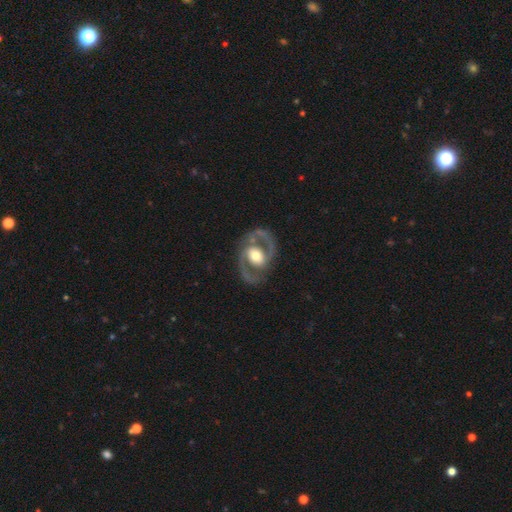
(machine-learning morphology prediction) A featured or disk galaxy (89%) with no bar (44%), 2 (93%) medium (62%) spiral arms (93%) and a moderate central bulge (64%).

Vote fractions:
- Smooth or featured? featured or disk: 89% / smooth: 7% / star or artifact: 4%
- Edge-on disk? no: 97% / yes: 3%
- Bar? no: 44% / weak: 34% / strong: 22%
- Spiral arms? yes: 93% / no: 7%
- Spiral winding? medium: 62% / tight: 21% / loose: 17%
- Spiral arm count? 2: 93% / can't tell: 2% / 1: 2% / 3: 1% / 4: 1% / more than 4: 1%
- Bulge size? moderate: 64% / large: 24% / small: 9% / dominant: 2% / none: 1%
- Merging? none: 83% / minor disturbance: 10% / major disturbance: 5% / merger: 1%